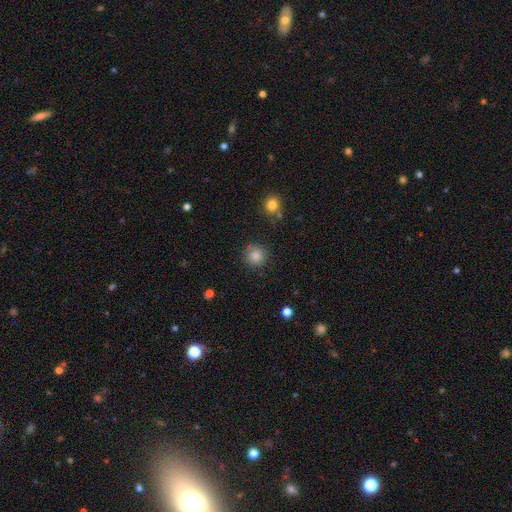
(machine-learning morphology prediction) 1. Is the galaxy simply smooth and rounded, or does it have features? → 85% smooth, 11% star or artifact, 4% featured or disk.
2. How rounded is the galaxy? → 94% round, 5% in between, 1% cigar-shaped.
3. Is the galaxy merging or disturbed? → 86% none, 9% minor disturbance, 3% major disturbance, 2% merger.